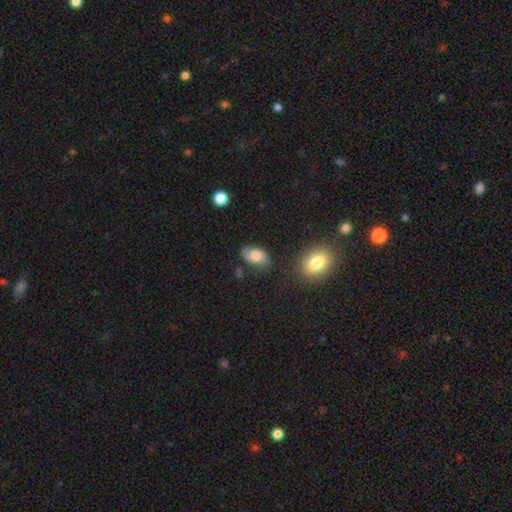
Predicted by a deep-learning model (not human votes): Smooth or featured? Predicted: smooth (p=0.71). How rounded? Predicted: in between (p=0.90). Merging? Predicted: none (p=0.66).